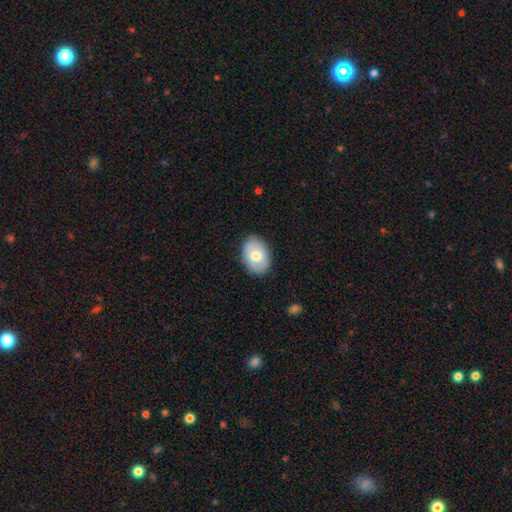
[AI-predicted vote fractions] This appears to be a smooth galaxy with no disk features (69%) that is in between round and cigar-shaped (80%). Merging: none (84%).